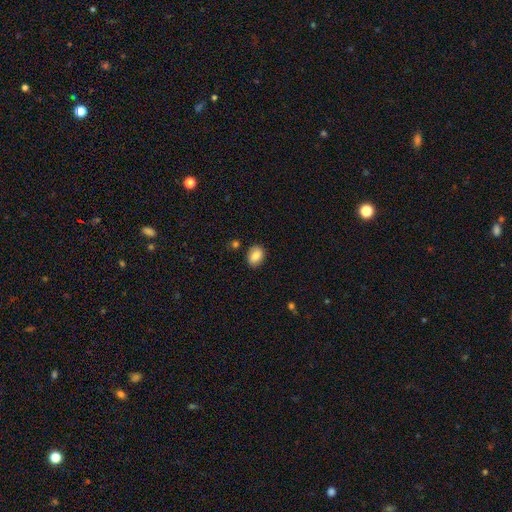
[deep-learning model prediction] Smooth or featured: smooth — 86% (star or artifact — 8%)
How rounded: in between — 75% (round — 24%)
Merging: none — 86% (minor disturbance — 10%)